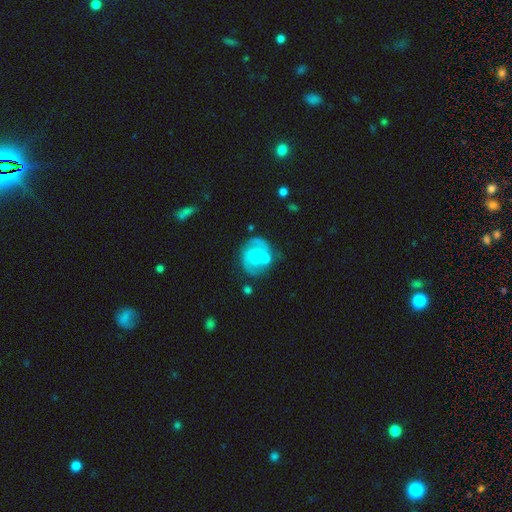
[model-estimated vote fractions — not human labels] Smooth or featured? Predicted: featured or disk (p=0.72). Edge-on disk? Predicted: no (p=0.98). Bar? Predicted: no (p=0.71). Spiral arms? Predicted: yes (p=0.87). Spiral winding? Predicted: medium (p=0.44). Spiral arm count? Predicted: 2 (p=0.76). Bulge size? Predicted: moderate (p=0.47). Merging? Predicted: none (p=0.57).